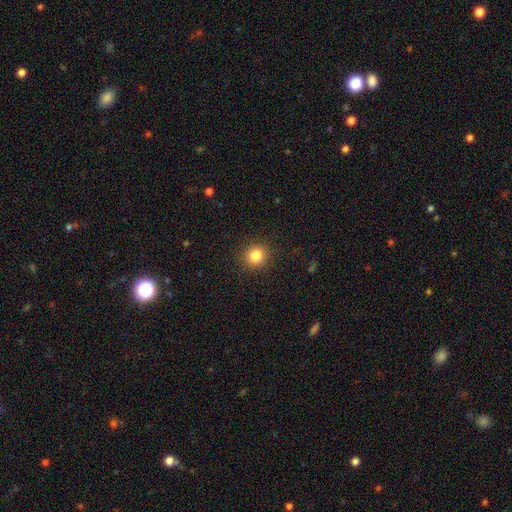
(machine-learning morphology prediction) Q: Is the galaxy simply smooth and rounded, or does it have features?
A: smooth — 83%.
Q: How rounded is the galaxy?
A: round — 89%.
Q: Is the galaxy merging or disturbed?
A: none — 91%.